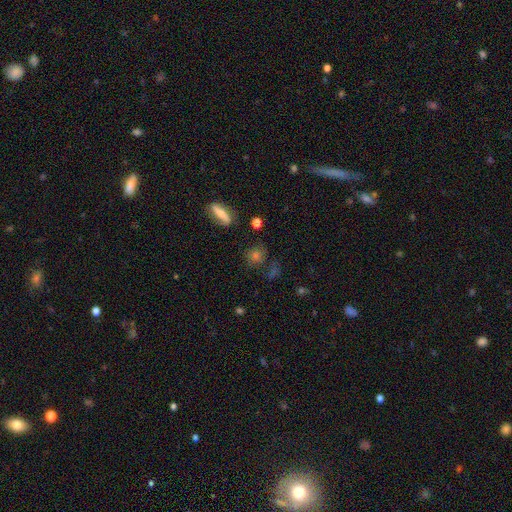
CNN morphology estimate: smooth 60%, star or artifact 21%, featured or disk 19%. Down the decision tree: how rounded — round (72%); merging — none (71%).